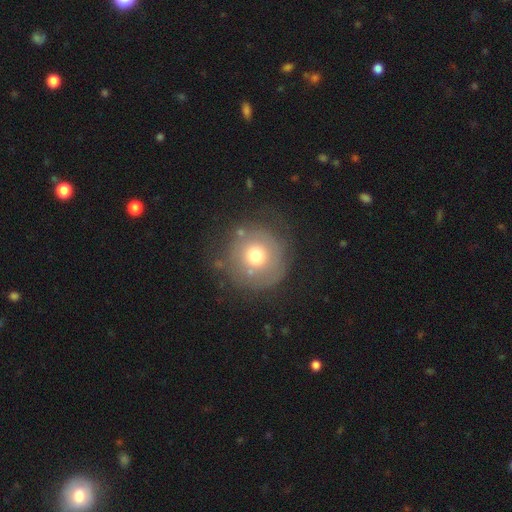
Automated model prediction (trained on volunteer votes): This is possibly a smooth galaxy (58%). How rounded: clearly round (94%). Merging: likely none (67%).